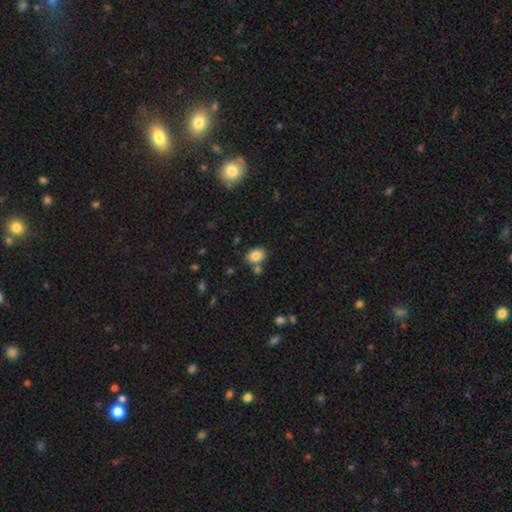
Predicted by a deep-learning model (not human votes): The model was most divided on "how rounded": in between: 76%, round: 23%, cigar-shaped: 1%. More confident: smooth or featured — smooth (83%); merging — none (70%).